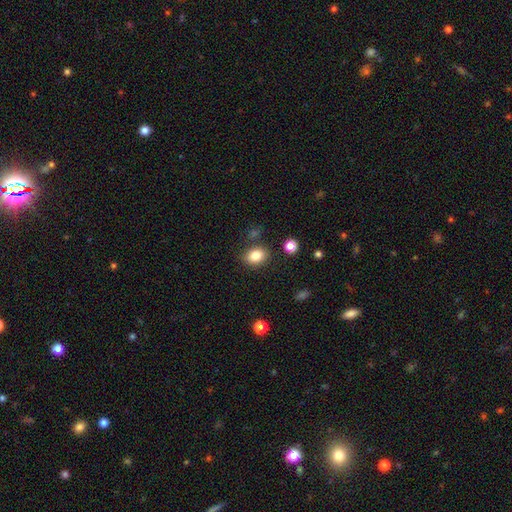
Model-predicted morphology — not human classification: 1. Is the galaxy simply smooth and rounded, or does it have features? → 84% smooth, 10% star or artifact, 6% featured or disk.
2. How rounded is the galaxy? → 62% in between, 37% round, 1% cigar-shaped.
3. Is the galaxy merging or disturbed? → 80% none, 12% minor disturbance, 5% merger, 3% major disturbance.